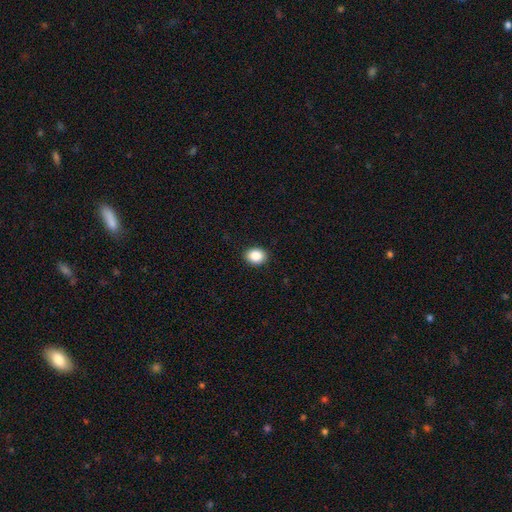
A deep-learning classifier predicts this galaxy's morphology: smooth 88%, star or artifact 8%, featured or disk 3%. Down the decision tree: how rounded — in between (54%); merging — none (90%).